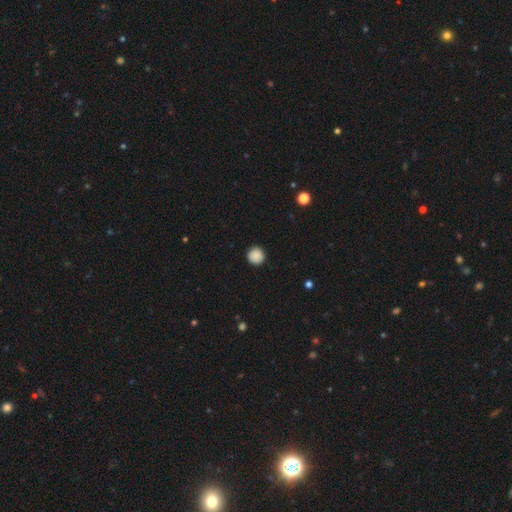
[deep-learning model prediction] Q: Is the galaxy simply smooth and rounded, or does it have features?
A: smooth — 89%.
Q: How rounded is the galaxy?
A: round — 96%.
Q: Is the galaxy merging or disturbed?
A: none — 92%.